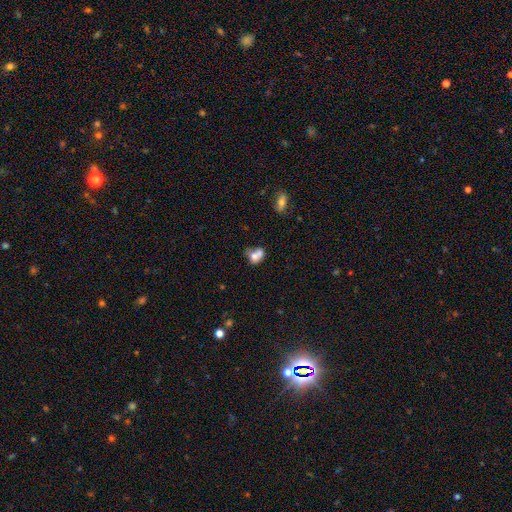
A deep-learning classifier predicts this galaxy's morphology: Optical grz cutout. It shows a smooth galaxy with no disk features (68%) that is in between round and cigar-shaped (52%). Merging: merger (53%).